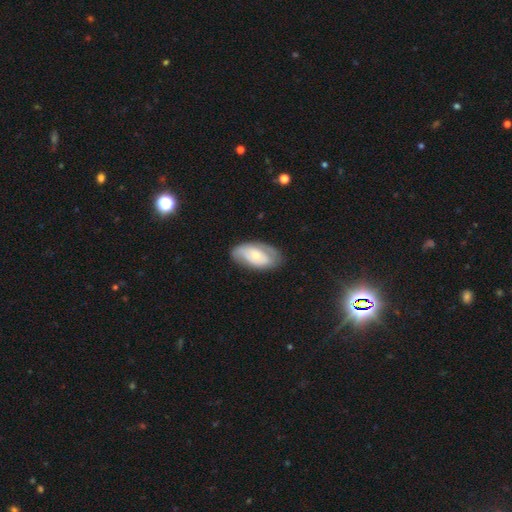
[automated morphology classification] Q: Smooth or featured?
A: featured or disk (56%); runner-up: smooth (38%)
Q: Edge-on disk?
A: no (92%); runner-up: yes (8%)
Q: Bar?
A: no (72%); runner-up: weak (22%)
Q: Spiral arms?
A: yes (63%); runner-up: no (37%)
Q: Bulge size?
A: moderate (49%); runner-up: small (45%)
Q: Merging?
A: none (69%); runner-up: minor disturbance (22%)